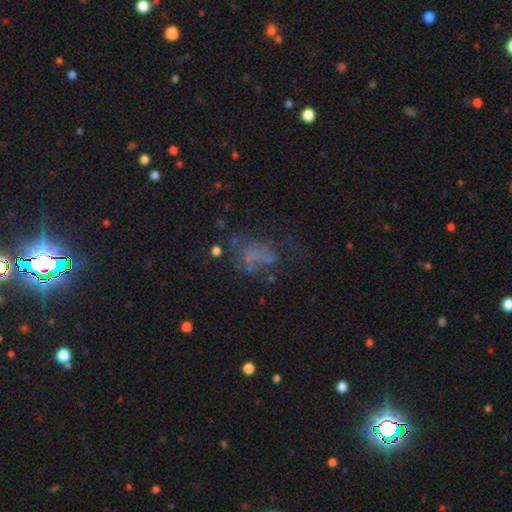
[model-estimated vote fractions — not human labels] Morphology: type=featured or disk (39%); merging=none (39%).